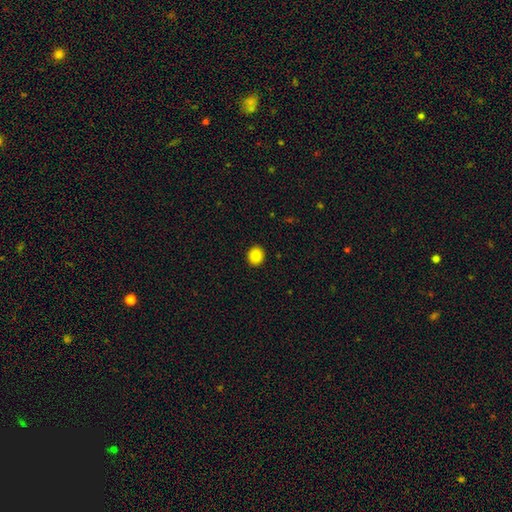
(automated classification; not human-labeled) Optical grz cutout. It shows a smooth galaxy with no disk features (86%) that is round (75%). Merging: none (92%).